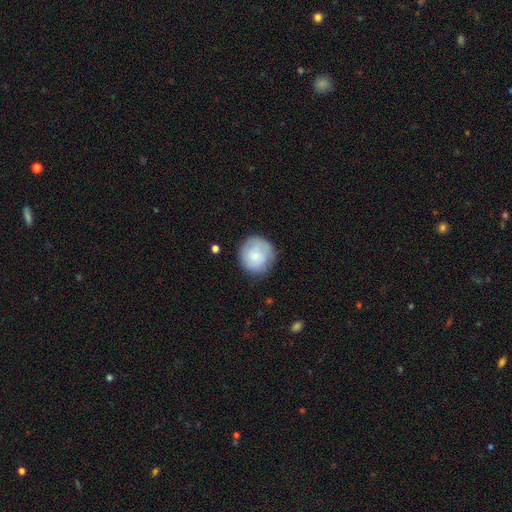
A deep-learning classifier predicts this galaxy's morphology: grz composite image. It shows a smooth galaxy with no disk features (72%) that is round (90%). Merging: none (76%).